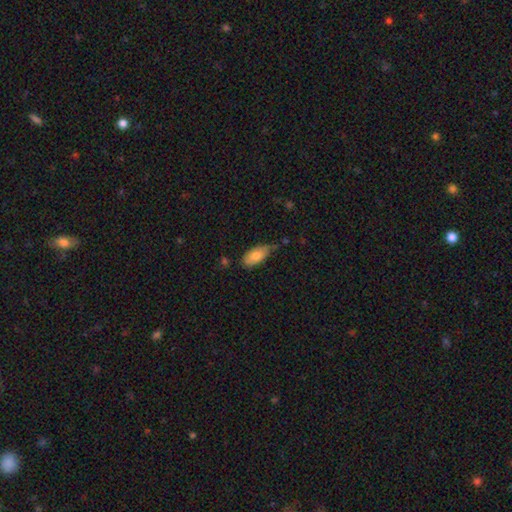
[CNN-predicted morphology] smooth 80%, featured or disk 14%, star or artifact 6%. Down the decision tree: how rounded — in between (91%); merging — none (59%).